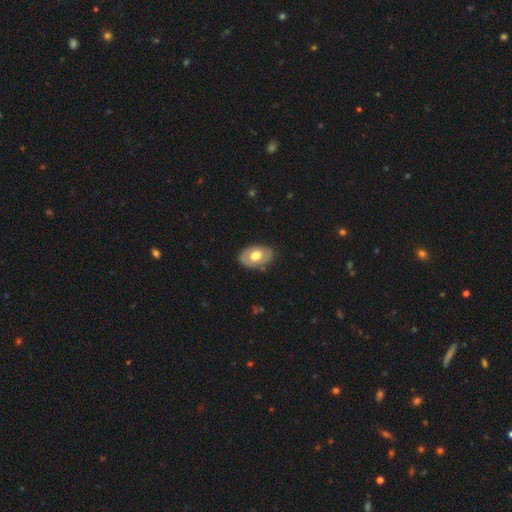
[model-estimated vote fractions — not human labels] Overall: smooth (50%; featured or disk 45%). Merging: none (76%).